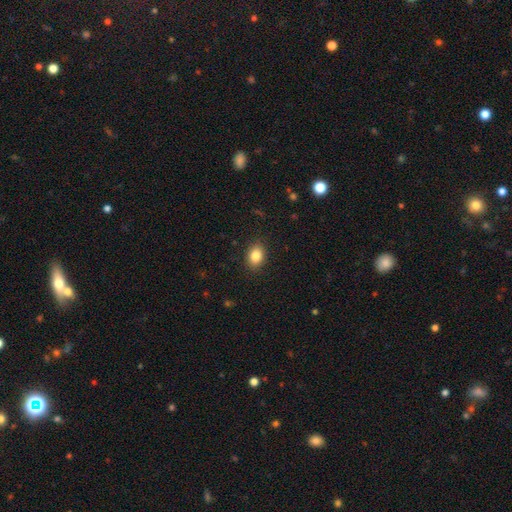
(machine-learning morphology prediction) type=smooth (85%); roundness=in between (72%); merging=none (88%).